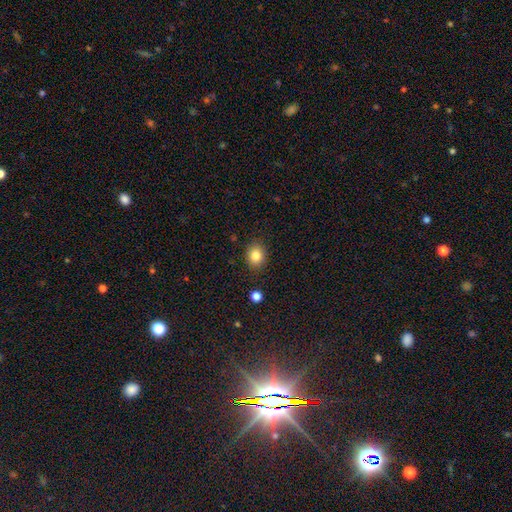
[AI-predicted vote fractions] smooth_or_featured: smooth (p=0.84) [alt: star or artifact p=0.10]
how_rounded: round (p=0.51) [alt: in between p=0.49]
merging: none (p=0.87) [alt: minor disturbance p=0.09]